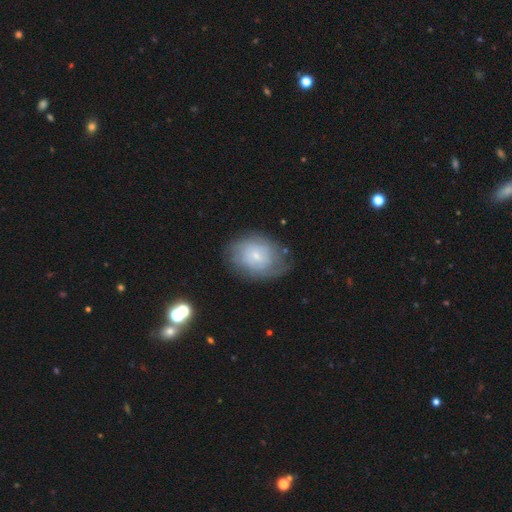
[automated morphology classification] Smooth or featured? smooth (46%)
Merging? none (65%)